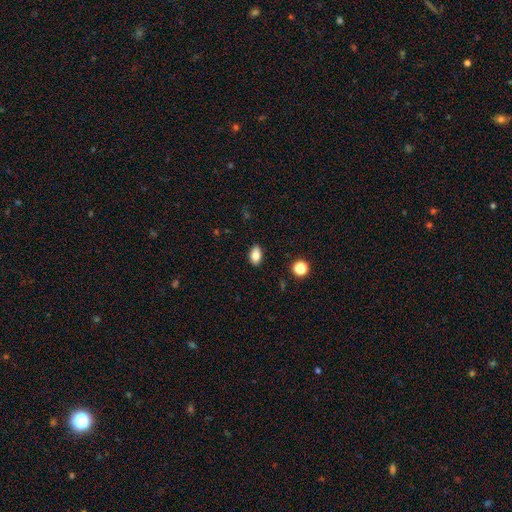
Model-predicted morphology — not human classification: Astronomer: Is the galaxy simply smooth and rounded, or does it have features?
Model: smooth — 83%.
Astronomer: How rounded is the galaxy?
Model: in between — 87%.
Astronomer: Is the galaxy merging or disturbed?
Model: none — 88%.